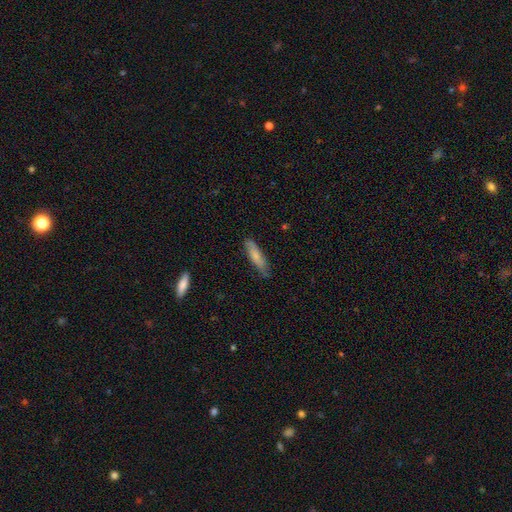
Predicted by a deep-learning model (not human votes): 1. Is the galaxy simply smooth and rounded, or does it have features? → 75% smooth, 19% featured or disk, 6% star or artifact.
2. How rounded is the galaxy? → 71% cigar-shaped, 28% in between, 1% round.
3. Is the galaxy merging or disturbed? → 77% none, 19% minor disturbance, 3% major disturbance, 1% merger.